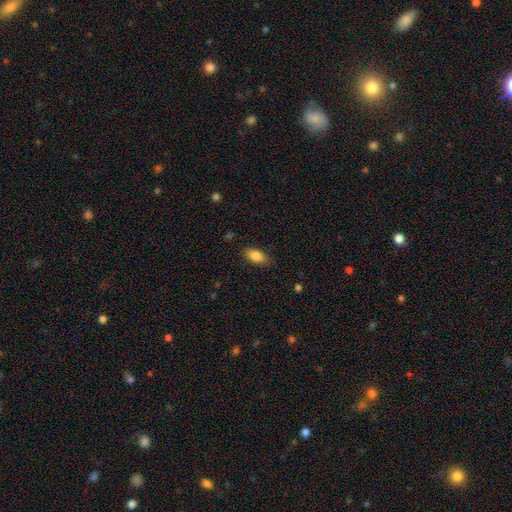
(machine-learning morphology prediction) Smooth or featured?
  - smooth: 84% *
  - featured or disk: 9%
  - star or artifact: 8%
How rounded?
  - in between: 89% *
  - cigar-shaped: 7%
  - round: 5%
Merging?
  - none: 83% *
  - minor disturbance: 13%
  - major disturbance: 3%
  - merger: 1%